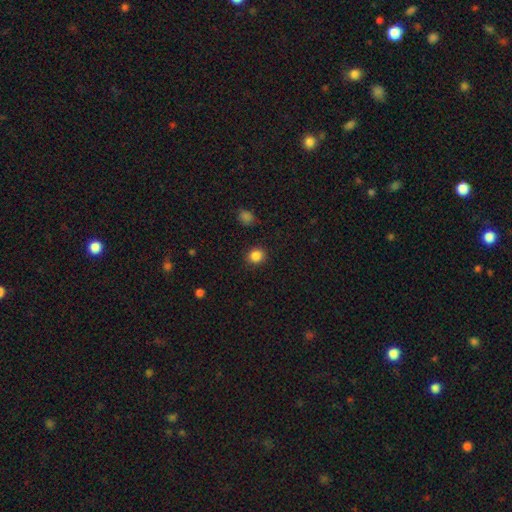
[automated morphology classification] Smooth or featured? Predicted: smooth (p=0.86). How rounded? Predicted: round (p=0.83). Merging? Predicted: none (p=0.89).